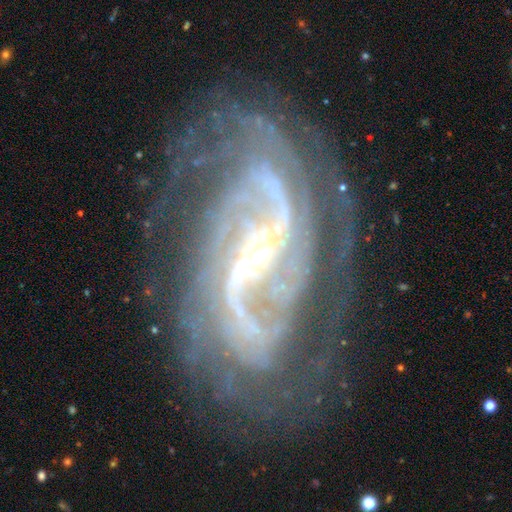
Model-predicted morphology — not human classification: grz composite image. It shows a featured or disk galaxy (92%) with a strong bar (50%), 2 (59%) medium (47%) spiral arms (98%) and a small central bulge (77%). Merging: none (75%).